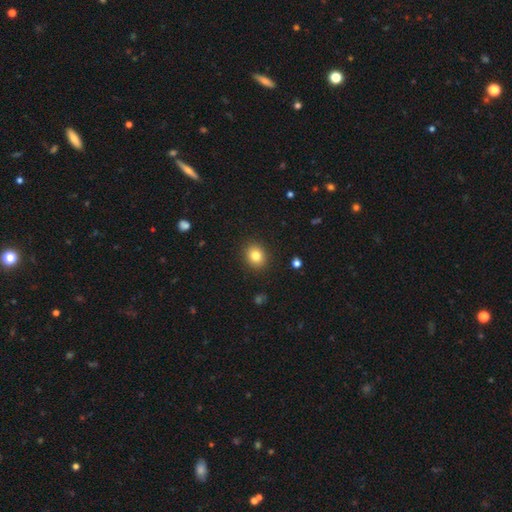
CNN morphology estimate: The model was most divided on "how rounded": round: 66%, in between: 33%, cigar-shaped: 1%. More confident: merging — none (90%); smooth or featured — smooth (82%).